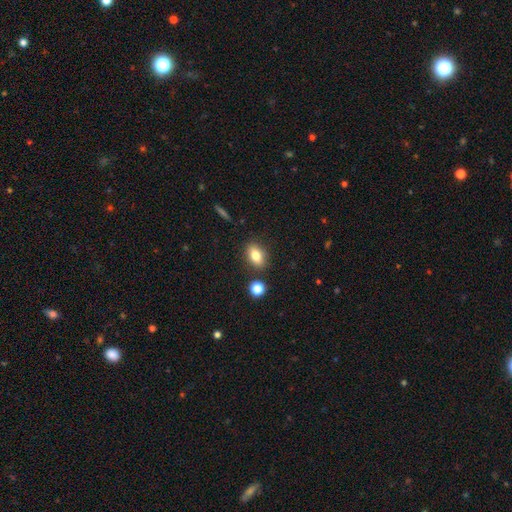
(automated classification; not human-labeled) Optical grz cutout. It shows a smooth galaxy with no disk features (80%) that is in between round and cigar-shaped (81%). Merging: none (83%).